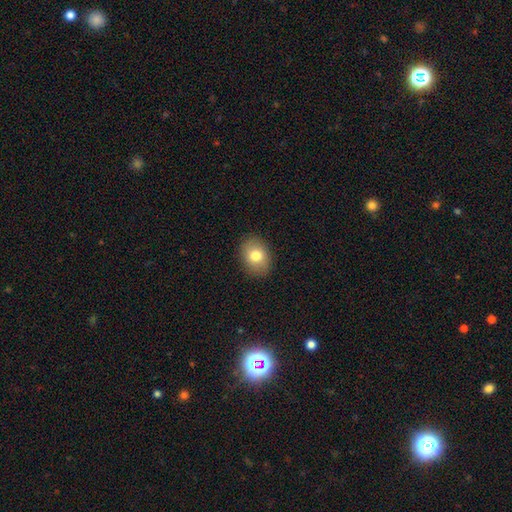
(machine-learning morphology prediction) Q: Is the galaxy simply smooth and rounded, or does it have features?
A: smooth — 79%.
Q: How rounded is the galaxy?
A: in between — 65%.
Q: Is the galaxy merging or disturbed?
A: none — 88%.